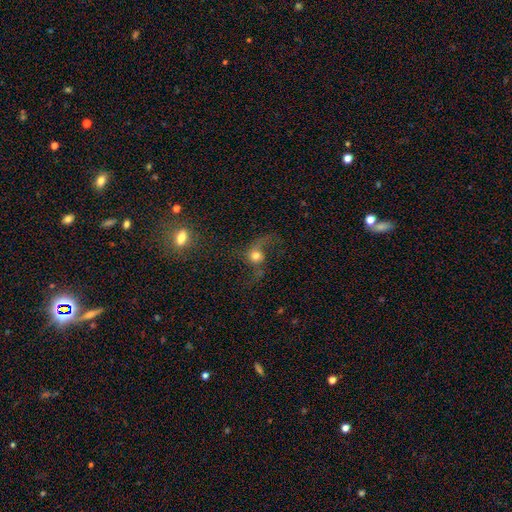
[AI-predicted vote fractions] featured or disk 48%, smooth 36%, star or artifact 15%. Down the decision tree: merging — none (44%).